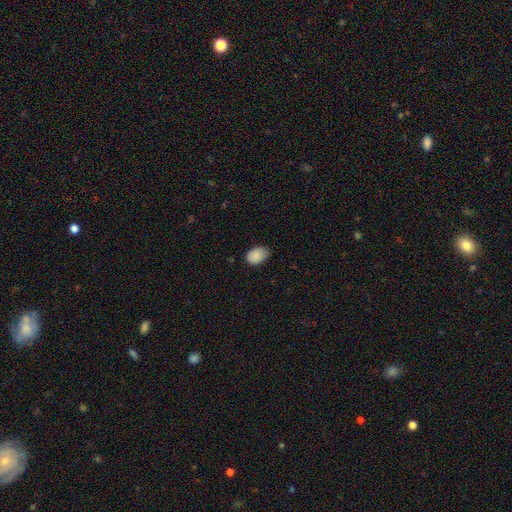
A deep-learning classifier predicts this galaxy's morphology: The model was most divided on "merging": none: 61%, minor disturbance: 33%, major disturbance: 5%, merger: 1%. More confident: smooth or featured — smooth (87%); how rounded — in between (79%).